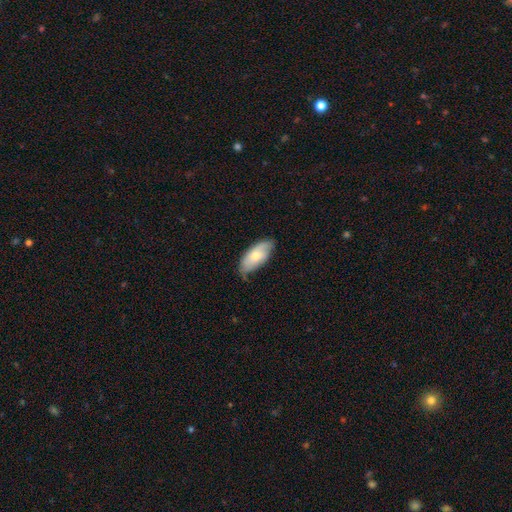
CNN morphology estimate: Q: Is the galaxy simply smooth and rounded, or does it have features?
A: smooth — 67%.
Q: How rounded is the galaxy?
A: in between — 89%.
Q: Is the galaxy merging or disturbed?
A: none — 64%.